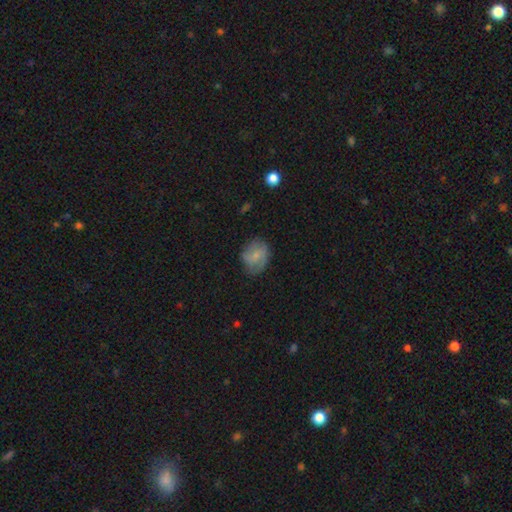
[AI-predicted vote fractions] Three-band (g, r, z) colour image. It shows a smooth galaxy with no disk features (60%) that is round (58%). Merging: none (63%).